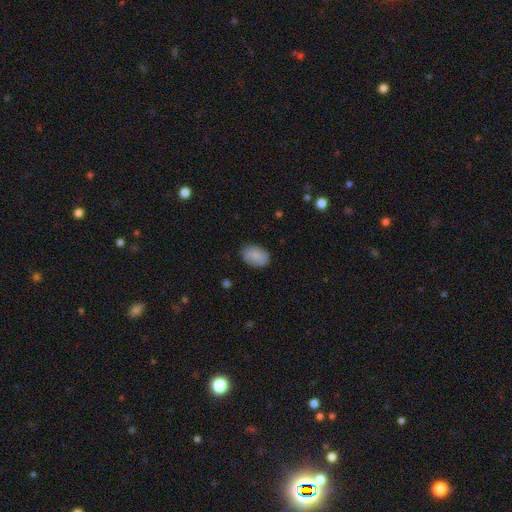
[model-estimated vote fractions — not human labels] A smooth galaxy with no disk features (76%) that is in between round and cigar-shaped (82%).

Vote fractions:
- Smooth or featured? smooth: 76% / featured or disk: 16% / star or artifact: 7%
- How rounded? in between: 82% / round: 17% / cigar-shaped: 1%
- Merging? none: 80% / minor disturbance: 15% / major disturbance: 4% / merger: 1%